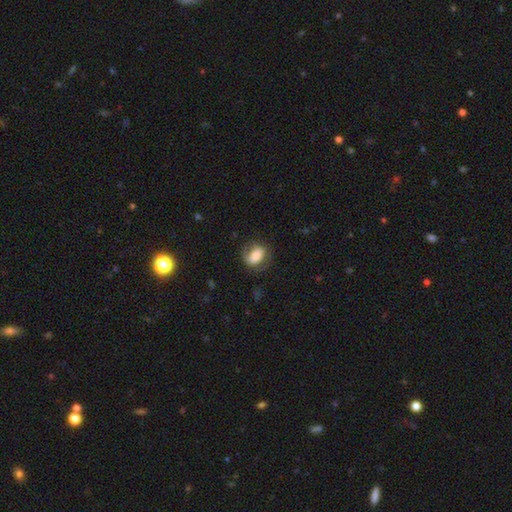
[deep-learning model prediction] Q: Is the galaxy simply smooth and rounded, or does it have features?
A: smooth — 60%.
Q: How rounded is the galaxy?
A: in between — 76%.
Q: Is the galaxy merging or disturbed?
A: none — 60%.